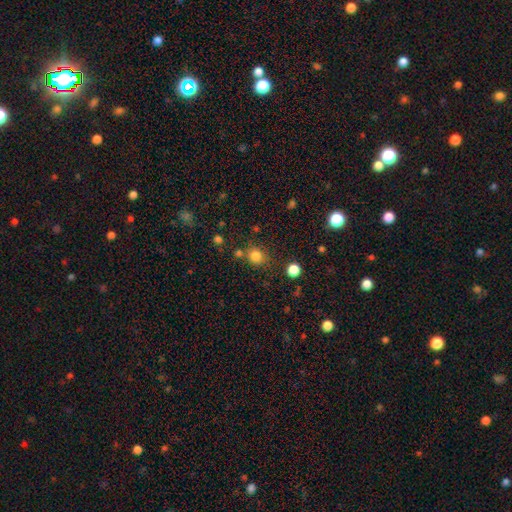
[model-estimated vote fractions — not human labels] Morphology: type=smooth (81%); roundness=round (80%); merging=none (74%).